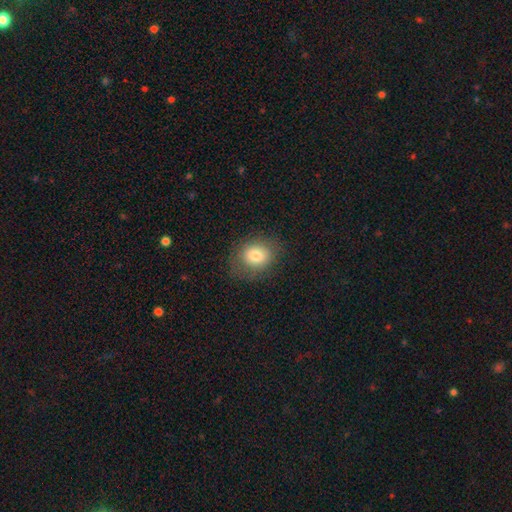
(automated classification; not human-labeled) This appears to be a smooth galaxy with no disk features (79%) that is round (59%). Merging: none (80%).